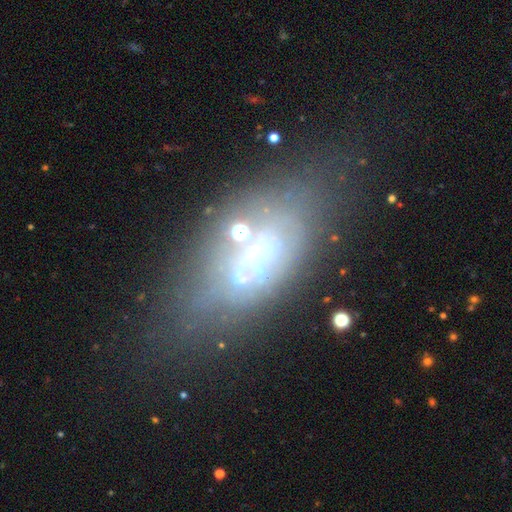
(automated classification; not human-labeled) This is possibly a featured or disk galaxy (48%). Merging: marginally none (45%).